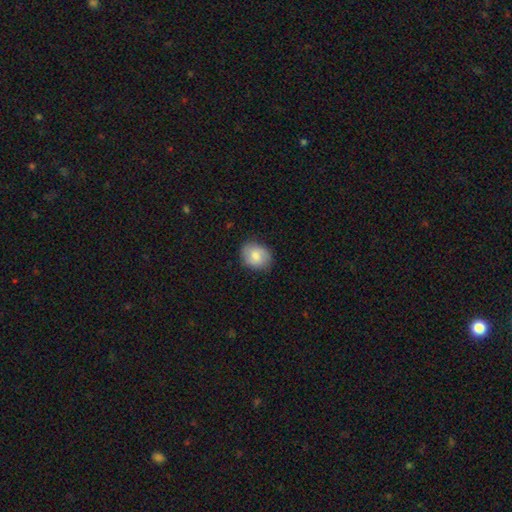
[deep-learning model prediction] Smooth or featured? smooth (76%)
How rounded? round (51%)
Merging? none (81%)